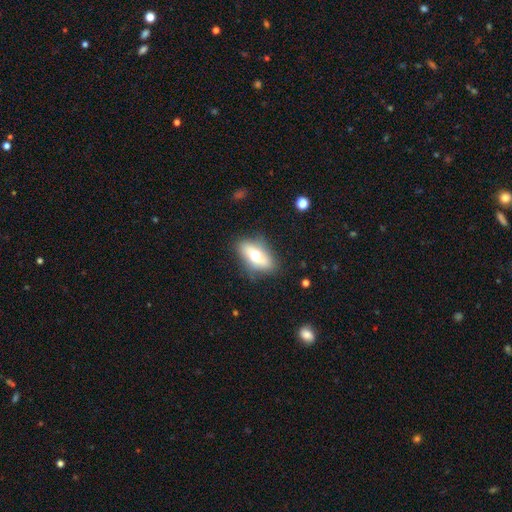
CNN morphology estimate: A smooth galaxy with no disk features (61%) that is in between round and cigar-shaped (81%). Merging: none (80%).